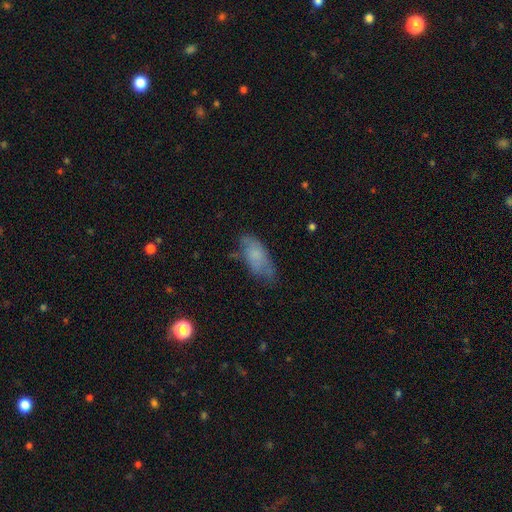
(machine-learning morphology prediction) This is likely a smooth galaxy (68%). How rounded: clearly in between (85%). Merging: possibly none (53%).